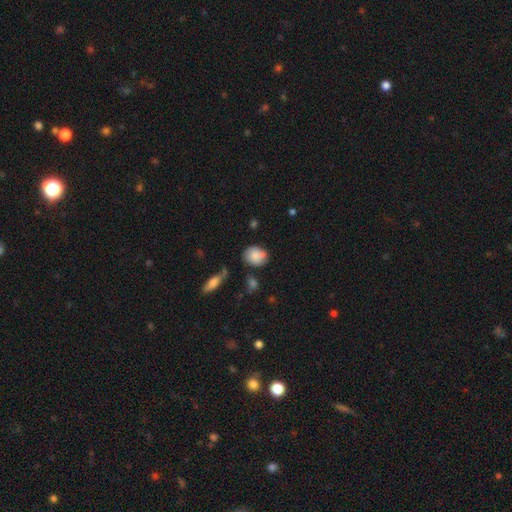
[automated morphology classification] Q: Smooth or featured?
A: smooth (80%); runner-up: featured or disk (12%)
Q: How rounded?
A: round (53%); runner-up: in between (45%)
Q: Merging?
A: none (59%); runner-up: minor disturbance (23%)